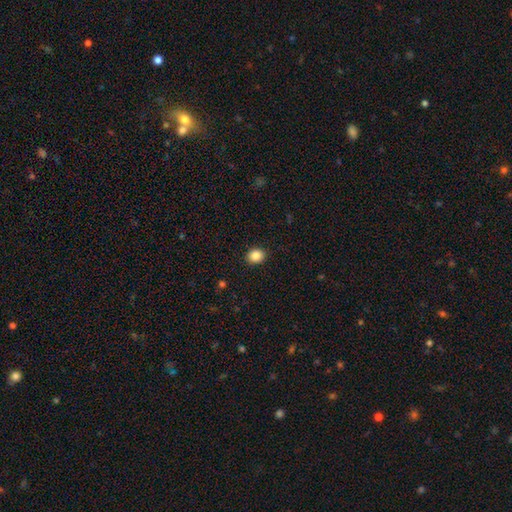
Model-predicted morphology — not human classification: Q: Smooth or featured?
A: smooth (86%); runner-up: star or artifact (10%)
Q: How rounded?
A: round (68%); runner-up: in between (32%)
Q: Merging?
A: none (91%); runner-up: minor disturbance (6%)